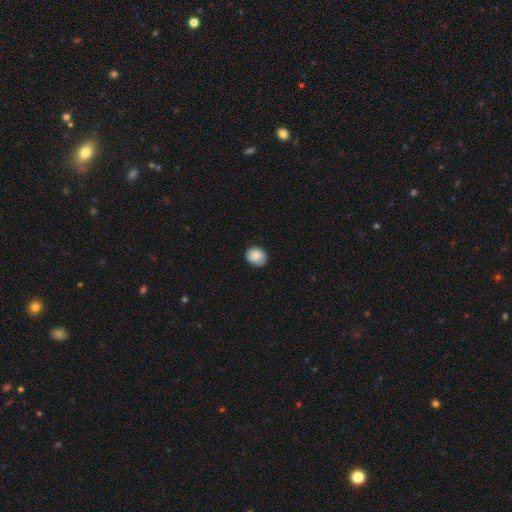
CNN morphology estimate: The model was most divided on "how rounded": round: 68%, in between: 31%, cigar-shaped: 1%. More confident: smooth or featured — smooth (85%); merging — none (81%).